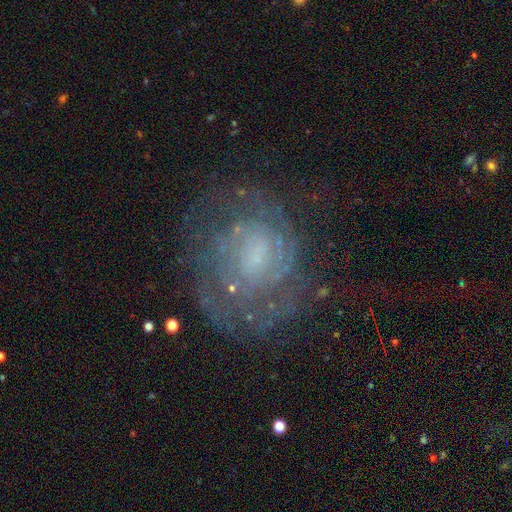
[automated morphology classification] smooth_or_featured: featured or disk (p=0.69) [alt: smooth p=0.19]
disk_edge_on: no (p=0.98) [alt: yes p=0.02]
bar: no (p=0.65) [alt: weak p=0.30]
has_spiral_arms: yes (p=0.73) [alt: no p=0.27]
bulge_size: small (p=0.47) [alt: none p=0.30]
merging: none (p=0.65) [alt: minor disturbance p=0.18]